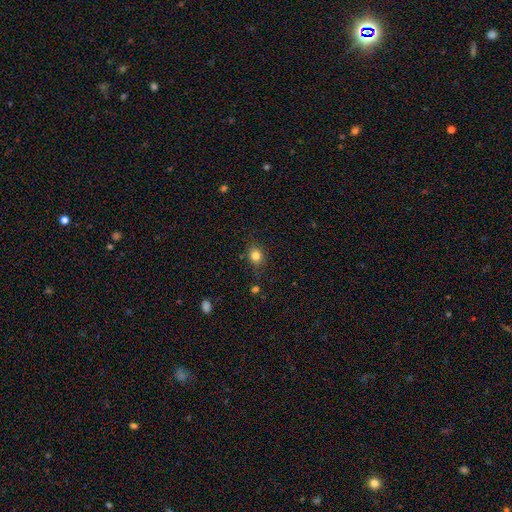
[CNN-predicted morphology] The model was most divided on "how rounded": round: 67%, in between: 32%, cigar-shaped: 1%. More confident: merging — none (82%); smooth or featured — smooth (81%).